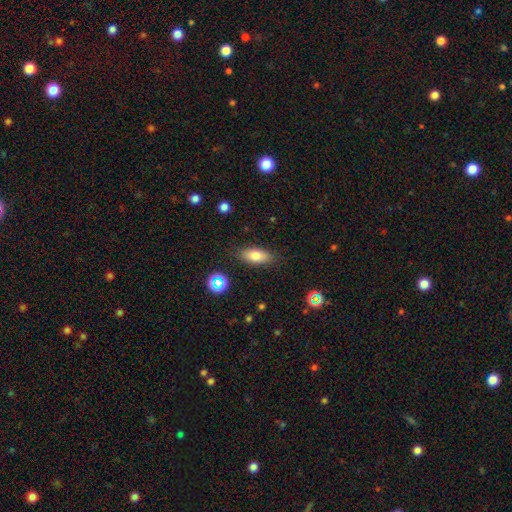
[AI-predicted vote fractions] smooth_or_featured: smooth (p=0.77) [alt: featured or disk p=0.14]
how_rounded: in between (p=0.78) [alt: cigar-shaped p=0.17]
merging: none (p=0.83) [alt: minor disturbance p=0.12]